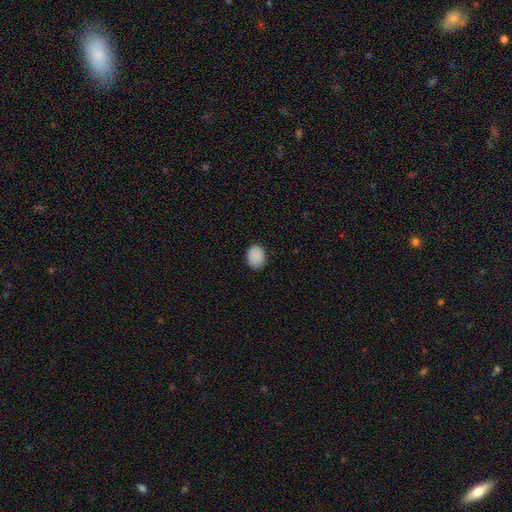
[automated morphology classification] Q: Smooth or featured?
A: smooth (89%); runner-up: star or artifact (8%)
Q: How rounded?
A: in between (53%); runner-up: round (46%)
Q: Merging?
A: none (87%); runner-up: minor disturbance (10%)